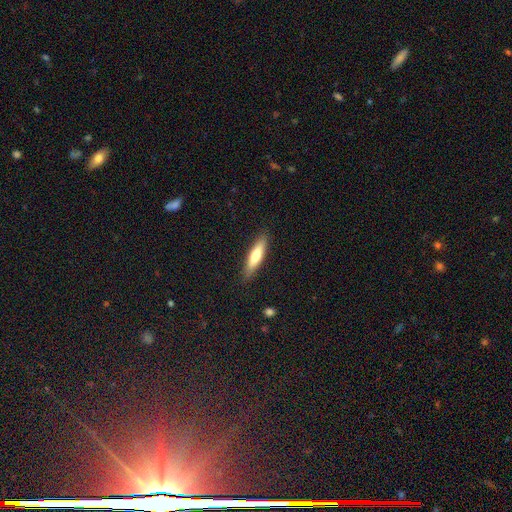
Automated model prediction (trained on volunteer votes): smooth-or-featured: smooth: 65% | featured or disk: 30% | star or artifact: 6%
  how-rounded: cigar-shaped: 75% | in between: 24% | round: 1%
  merging: none: 88% | minor disturbance: 9% | major disturbance: 2% | merger: 1%